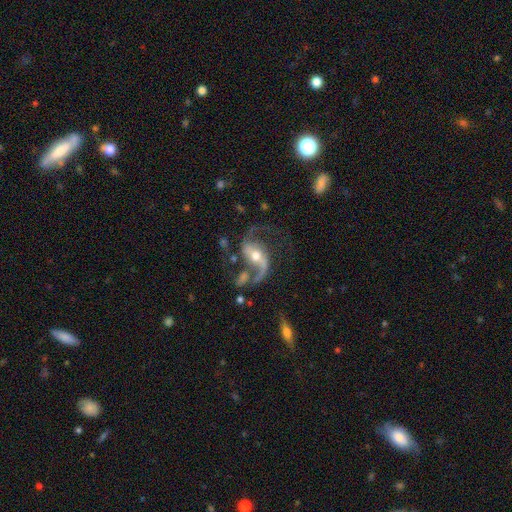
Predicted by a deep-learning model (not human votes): smooth-or-featured: featured or disk: 89% | star or artifact: 6% | smooth: 5%
  disk-edge-on: no: 97% | yes: 3%
    bar: weak: 36% | no: 34% | strong: 30%
    has-spiral-arms: yes: 97% | no: 3%
      spiral-winding: loose: 65% | medium: 30% | tight: 5%
      spiral-arm-count: 2: 90% | 1: 5% | can't tell: 2% | 3: 1% | 4: 1% | more than 4: 1%
    bulge-size: moderate: 64% | small: 28% | large: 6% | none: 1% | dominant: 1%
  merging: none: 63% | minor disturbance: 15% | major disturbance: 14% | merger: 8%